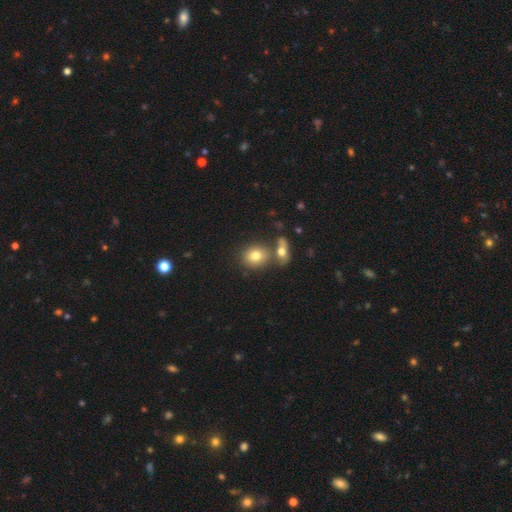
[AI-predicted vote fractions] This appears to be a smooth galaxy with no disk features (77%) that is round (64%). Merging: none (58%).